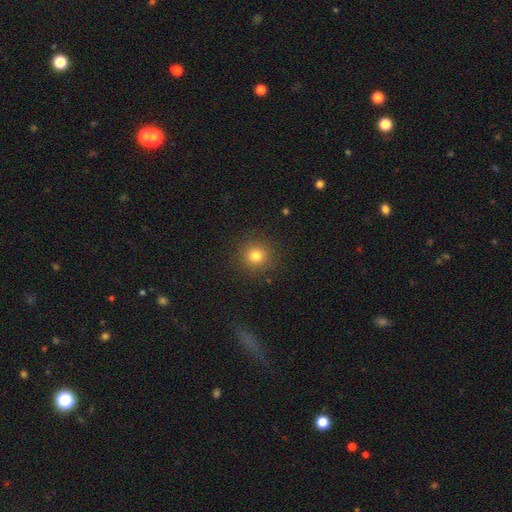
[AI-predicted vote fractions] Overall: smooth (79%). How rounded: round (94%). Merging: none (90%).